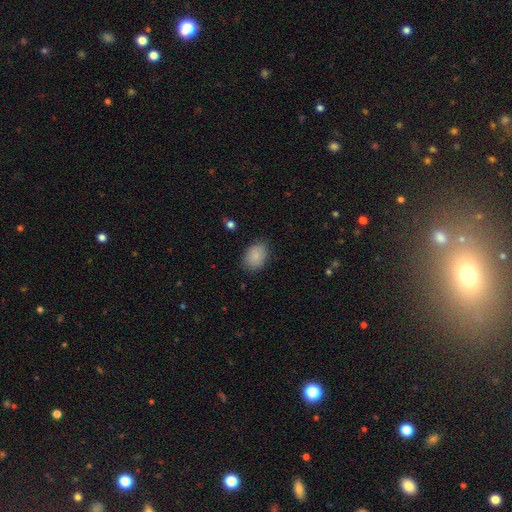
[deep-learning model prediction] Smooth or featured: smooth — 87% (star or artifact — 7%)
How rounded: in between — 73% (round — 26%)
Merging: none — 82% (minor disturbance — 14%)